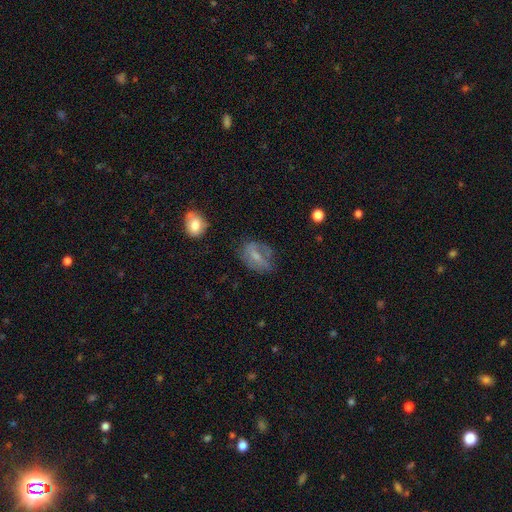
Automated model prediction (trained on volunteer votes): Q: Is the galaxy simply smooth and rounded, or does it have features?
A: smooth — 47%.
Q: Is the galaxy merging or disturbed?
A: none — 51%.